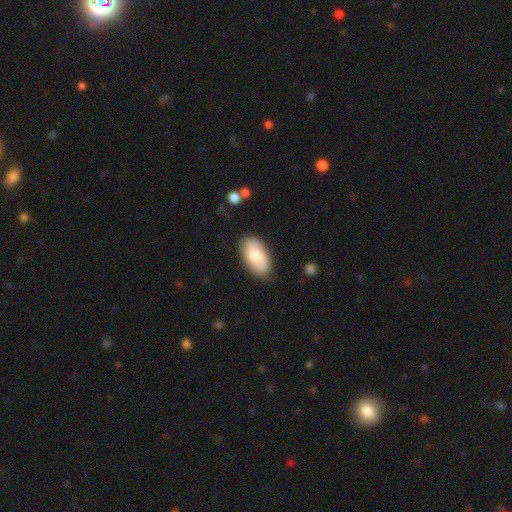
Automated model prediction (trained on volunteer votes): A smooth galaxy with no disk features (68%) that is in between round and cigar-shaped (94%). Merging: none (80%).